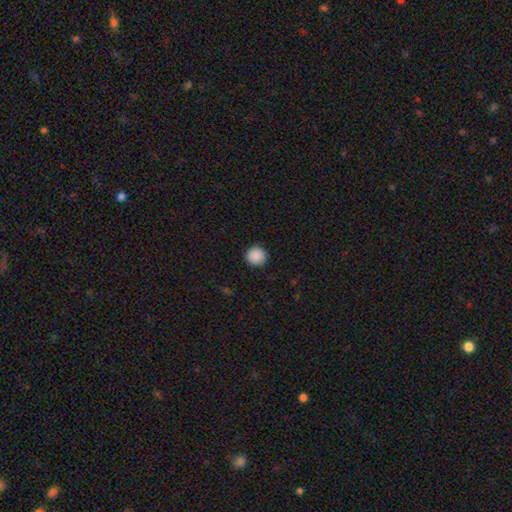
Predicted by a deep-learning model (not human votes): Smooth or featured?
  - smooth: 89% *
  - star or artifact: 8%
  - featured or disk: 2%
How rounded?
  - round: 95% *
  - in between: 4%
  - cigar-shaped: 1%
Merging?
  - none: 92% *
  - minor disturbance: 5%
  - major disturbance: 2%
  - merger: 1%